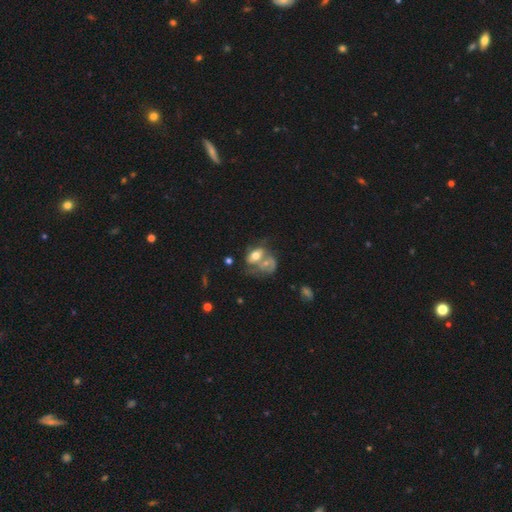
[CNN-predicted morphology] This appears to be a featured or disk galaxy (46%). Merging: merger (44%).